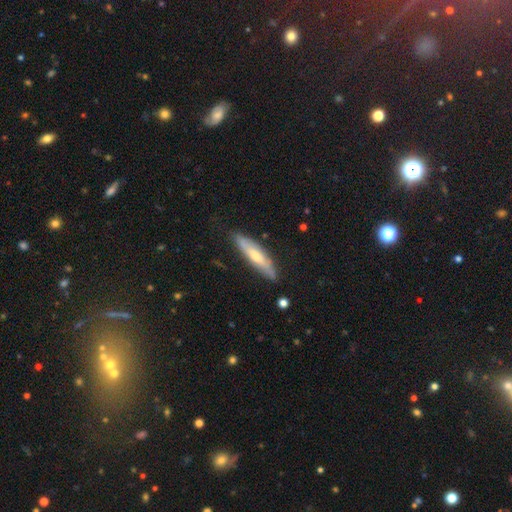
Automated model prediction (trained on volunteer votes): The model was most divided on "smooth or featured": smooth: 50%, featured or disk: 44%, star or artifact: 6%. More confident: merging — none (81%); how rounded — cigar-shaped (78%).